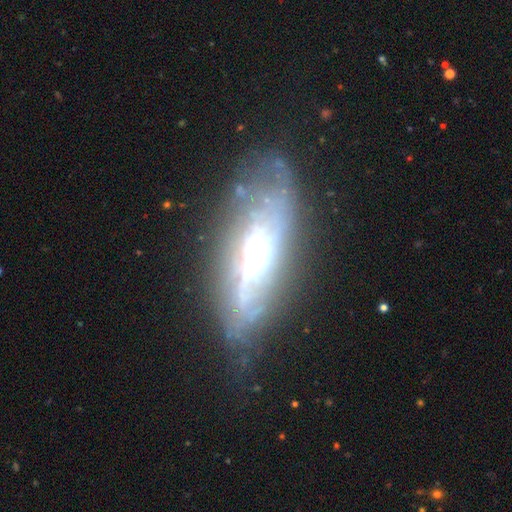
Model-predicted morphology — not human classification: Overall: featured or disk (77%). Edge-on disk: no (71%). Bar: no (58%; weak 28%). Spiral arms: yes (74%). Bulge size: moderate (57%; large 25%). Merging: none (65%).